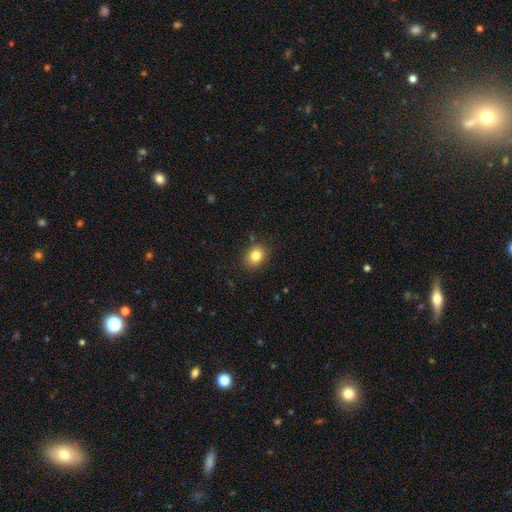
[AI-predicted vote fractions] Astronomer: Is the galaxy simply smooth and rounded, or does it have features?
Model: smooth — 82%.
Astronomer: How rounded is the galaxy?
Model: round — 51% (runner-up: in between, 48%).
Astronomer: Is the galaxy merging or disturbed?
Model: none — 86%.